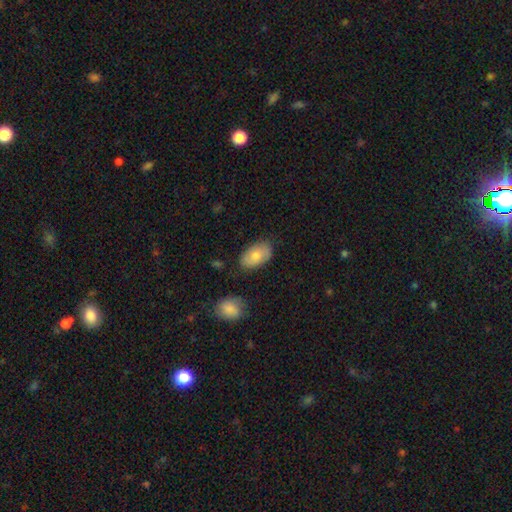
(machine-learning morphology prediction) Overall: smooth (76%). How rounded: in between (93%). Merging: none (75%).